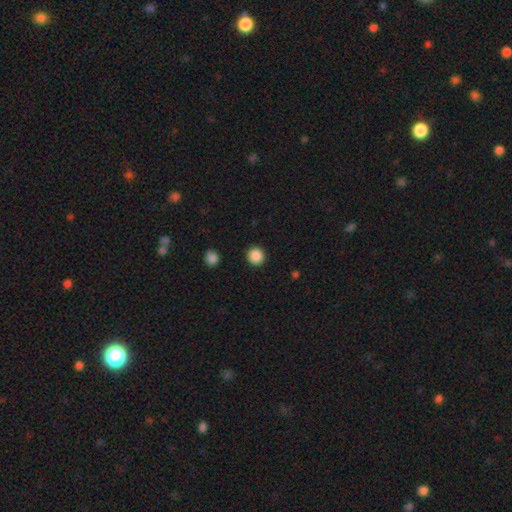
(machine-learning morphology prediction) This is clearly a smooth galaxy (88%). How rounded: clearly round (94%). Merging: clearly none (92%).